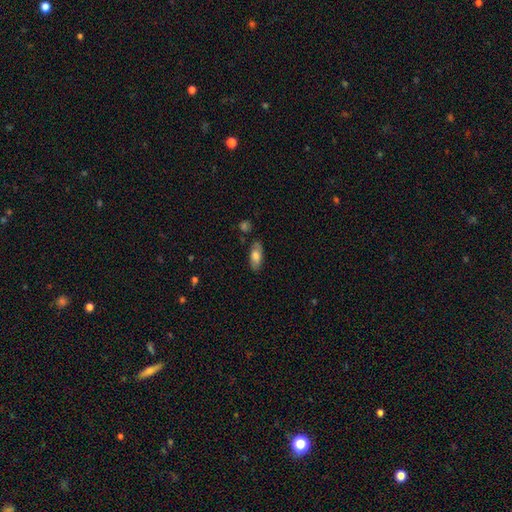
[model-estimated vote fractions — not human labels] Smooth or featured: smooth — 74% (featured or disk — 20%)
How rounded: in between — 82% (cigar-shaped — 15%)
Merging: none — 80% (minor disturbance — 14%)